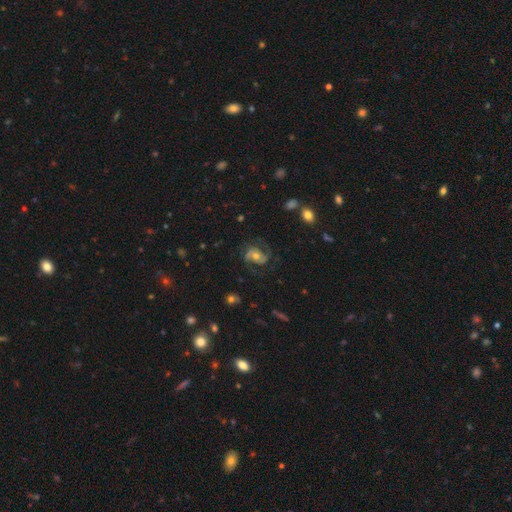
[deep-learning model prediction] The model was most divided on "bar": no: 56%, weak: 31%, strong: 13%. More confident: edge-on disk — no (97%); spiral arms — yes (96%); spiral arm count — 2 (83%); smooth or featured — featured or disk (82%); merging — none (71%); bulge size — moderate (58%); spiral winding — medium (54%).